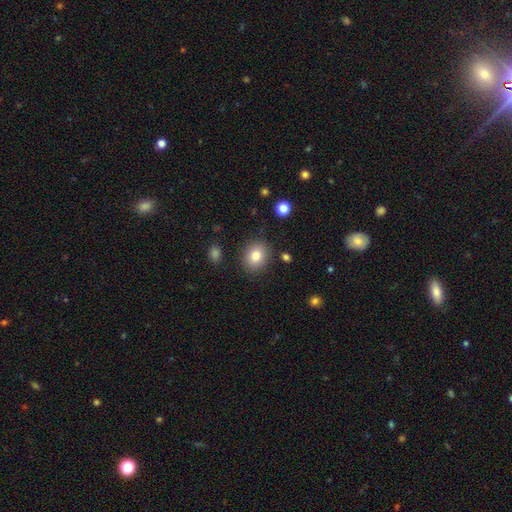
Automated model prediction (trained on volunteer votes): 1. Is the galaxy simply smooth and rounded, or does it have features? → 83% smooth, 9% star or artifact, 8% featured or disk.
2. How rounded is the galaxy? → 57% round, 42% in between, 1% cigar-shaped.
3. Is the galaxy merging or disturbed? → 85% none, 9% minor disturbance, 3% major disturbance, 2% merger.